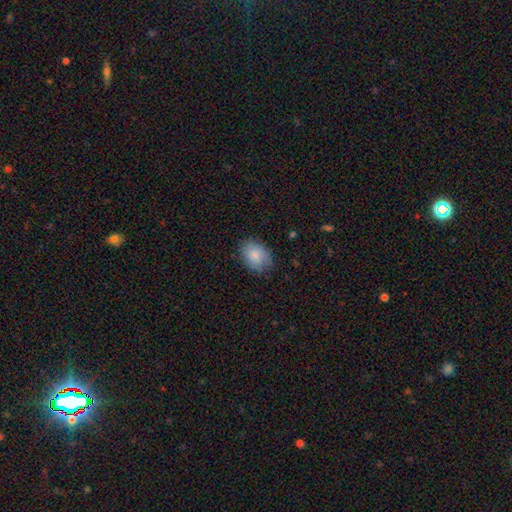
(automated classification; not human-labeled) Q: Smooth or featured?
A: smooth (83%); runner-up: featured or disk (10%)
Q: How rounded?
A: in between (77%); runner-up: round (22%)
Q: Merging?
A: none (75%); runner-up: minor disturbance (20%)